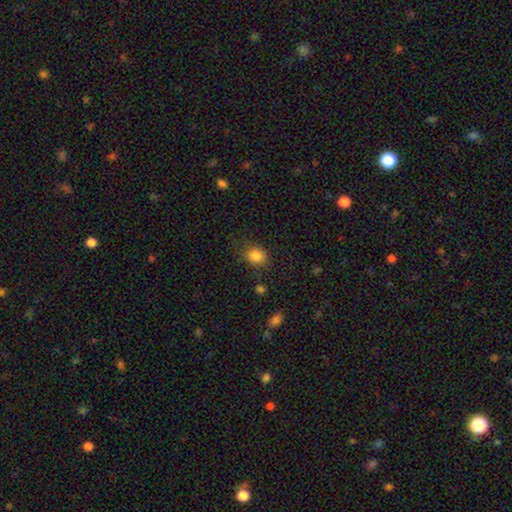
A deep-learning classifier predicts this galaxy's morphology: Smooth or featured: smooth — 84% (star or artifact — 11%)
How rounded: round — 59% (in between — 40%)
Merging: none — 79% (minor disturbance — 14%)